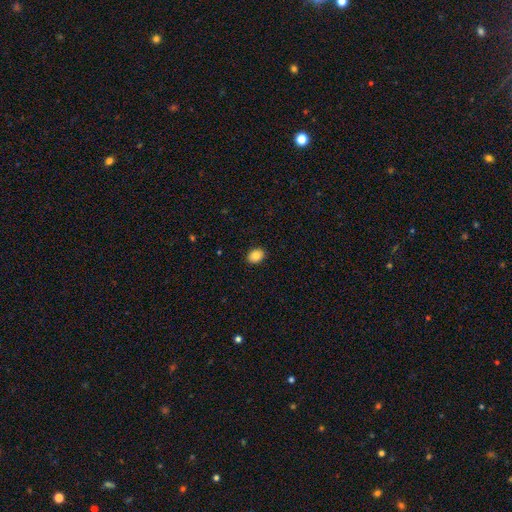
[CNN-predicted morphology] This appears to be a smooth galaxy with no disk features (85%) that is in between round and cigar-shaped (60%). Merging: none (90%).